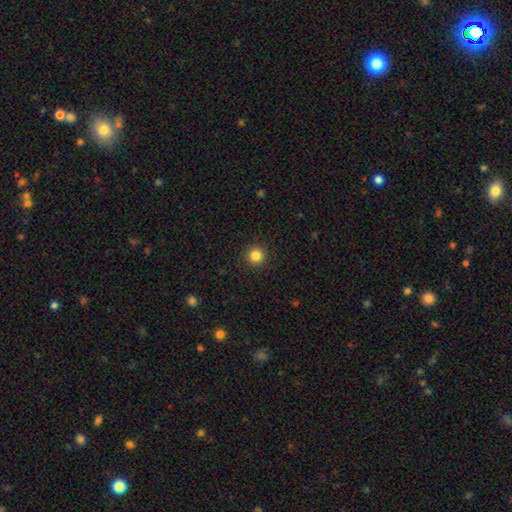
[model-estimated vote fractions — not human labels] A smooth galaxy with no disk features (84%) that is round (95%). Merging: none (92%).